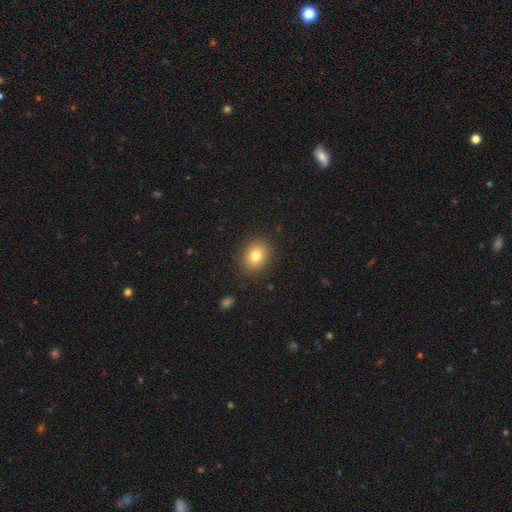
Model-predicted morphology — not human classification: smooth-or-featured: smooth: 80% | star or artifact: 11% | featured or disk: 9%
  how-rounded: round: 63% | in between: 36% | cigar-shaped: 1%
  merging: none: 88% | minor disturbance: 8% | major disturbance: 3% | merger: 1%